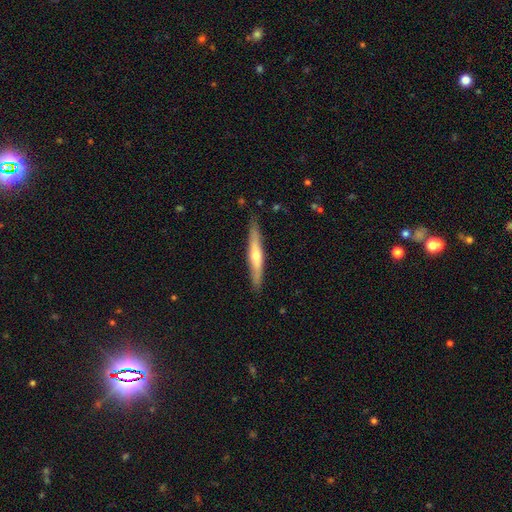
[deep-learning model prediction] A featured or disk galaxy (56%) viewed edge-on (93%) with a rounded central bulge (77%).

Vote fractions:
- Smooth or featured? featured or disk: 56% / smooth: 38% / star or artifact: 6%
- Edge-on disk? yes: 93% / no: 7%
- Edge-on bulge? rounded: 77% / none: 18% / boxy: 5%
- Merging? none: 87% / minor disturbance: 10% / major disturbance: 2% / merger: 1%